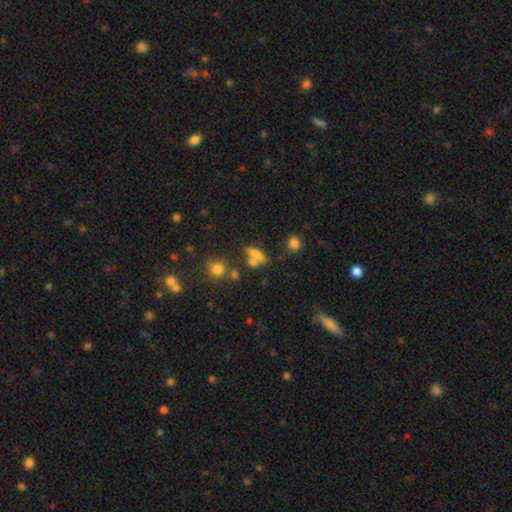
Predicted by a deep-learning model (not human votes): This is likely a smooth galaxy (69%). How rounded: possibly in between (52%). Merging: possibly none (50%).